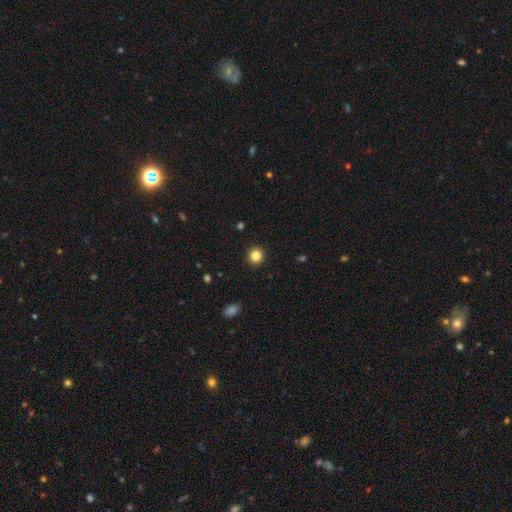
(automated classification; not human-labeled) The model was most divided on "smooth or featured": smooth: 84%, star or artifact: 11%, featured or disk: 5%. More confident: how rounded — round (93%); merging — none (92%).